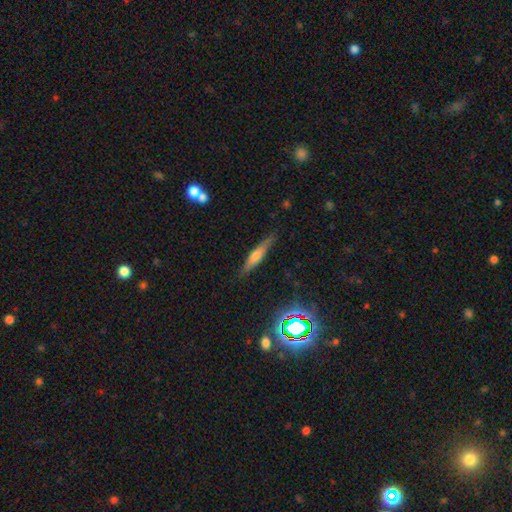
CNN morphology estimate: smooth-or-featured: smooth: 46% | featured or disk: 44% | star or artifact: 10%
  merging: none: 83% | minor disturbance: 13% | major disturbance: 3% | merger: 2%